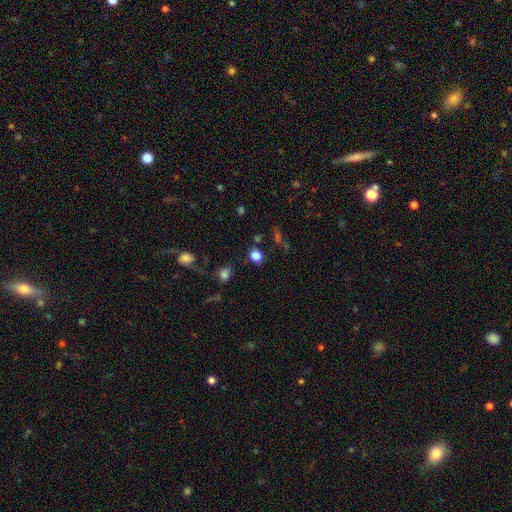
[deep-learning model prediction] Morphology: type=smooth (80%); roundness=round (75%); merging=none (78%).